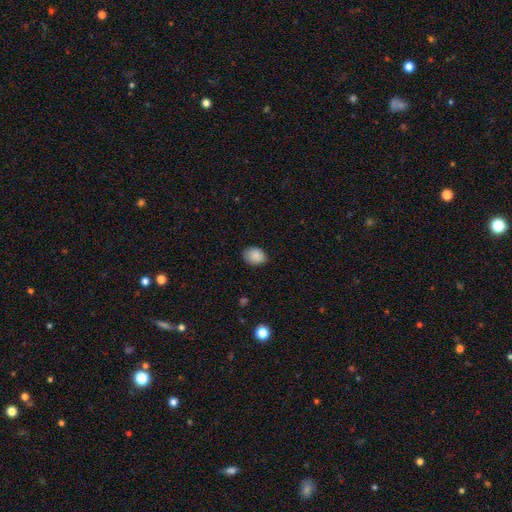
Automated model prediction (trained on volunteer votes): Smooth or featured?
  - smooth: 88% *
  - star or artifact: 8%
  - featured or disk: 4%
How rounded?
  - in between: 68% *
  - round: 31%
  - cigar-shaped: 1%
Merging?
  - none: 80% *
  - minor disturbance: 16%
  - major disturbance: 3%
  - merger: 1%